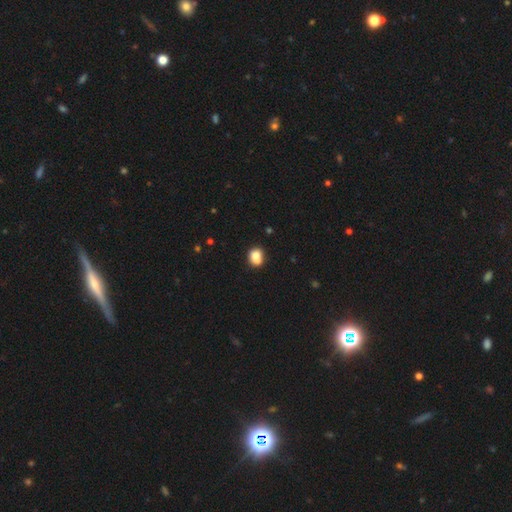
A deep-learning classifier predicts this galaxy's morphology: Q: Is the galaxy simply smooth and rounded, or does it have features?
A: smooth — 79%.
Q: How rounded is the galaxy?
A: round — 62%.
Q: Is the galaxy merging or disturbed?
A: none — 53%.